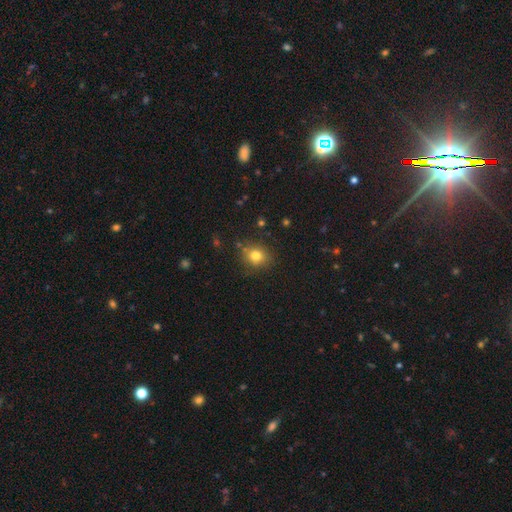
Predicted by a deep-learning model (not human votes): A smooth galaxy with no disk features (79%) that is round (77%). Merging: none (82%).